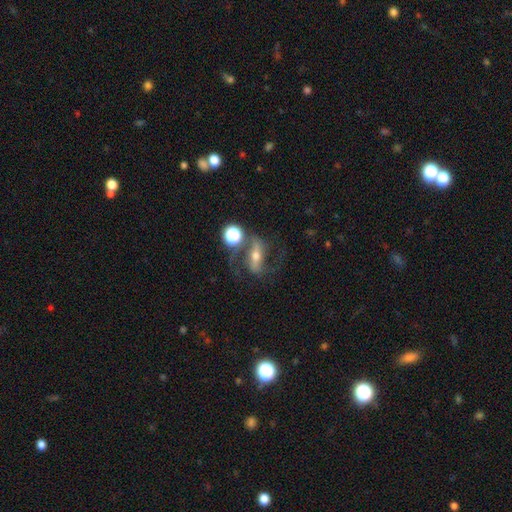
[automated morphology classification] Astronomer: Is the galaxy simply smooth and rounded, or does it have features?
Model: featured or disk — 72%.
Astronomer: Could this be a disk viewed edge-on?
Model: no — 88%.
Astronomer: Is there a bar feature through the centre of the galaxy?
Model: strong — 60%.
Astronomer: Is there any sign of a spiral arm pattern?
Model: yes — 86%.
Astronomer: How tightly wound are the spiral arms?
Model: loose — 48% (runner-up: medium, 40%).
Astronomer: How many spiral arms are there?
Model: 2 — 88%.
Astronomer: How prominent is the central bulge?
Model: moderate — 60%.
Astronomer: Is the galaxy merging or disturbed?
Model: none — 56%.